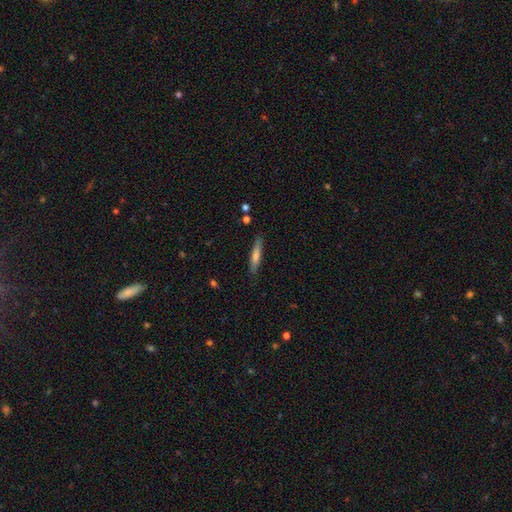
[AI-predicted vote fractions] A smooth galaxy with no disk features (63%) that is cigar-shaped (91%).

Vote fractions:
- Smooth or featured? smooth: 63% / featured or disk: 30% / star or artifact: 6%
- How rounded? cigar-shaped: 91% / in between: 8% / round: 1%
- Merging? none: 86% / minor disturbance: 10% / major disturbance: 2% / merger: 2%